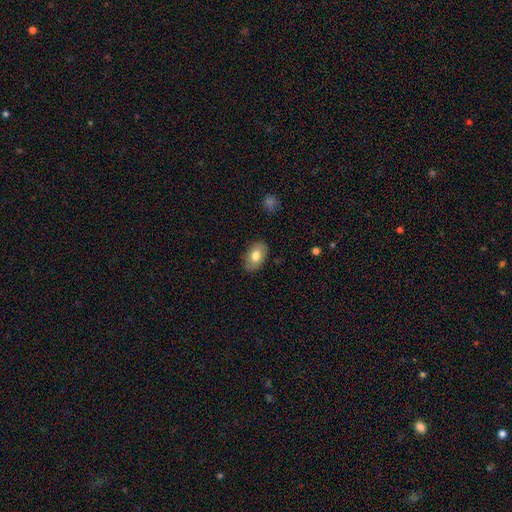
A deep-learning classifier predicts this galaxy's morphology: This appears to be a smooth galaxy with no disk features (75%) that is in between round and cigar-shaped (88%). Merging: none (83%).